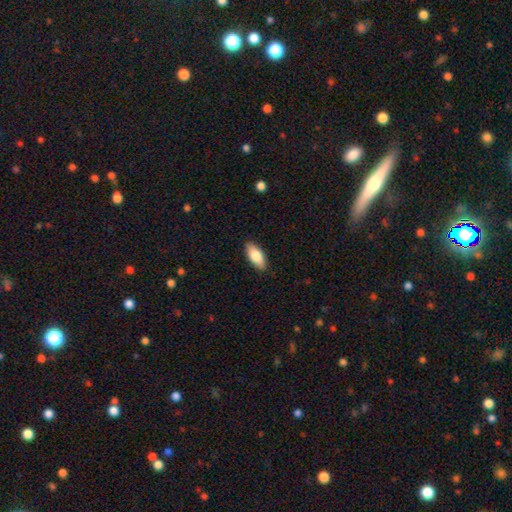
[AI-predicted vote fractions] smooth_or_featured: smooth (p=0.80) [alt: featured or disk p=0.14]
how_rounded: in between (p=0.85) [alt: cigar-shaped p=0.13]
merging: none (p=0.89) [alt: minor disturbance p=0.09]